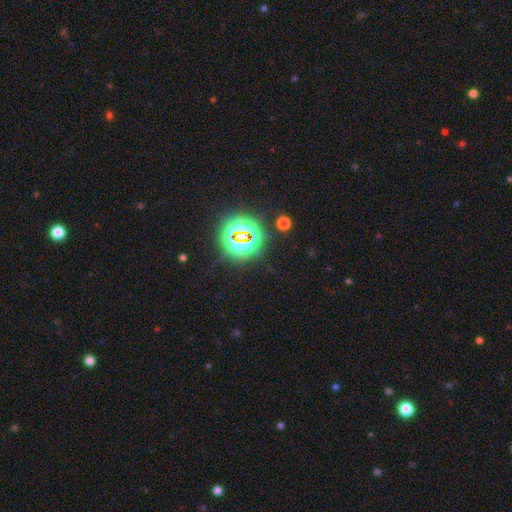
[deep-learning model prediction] Smooth or featured?
  - star or artifact: 83% *
  - smooth: 11%
  - featured or disk: 6%